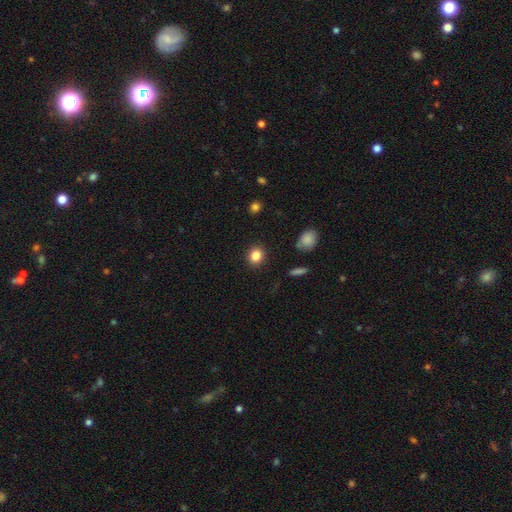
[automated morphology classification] This appears to be a smooth galaxy with no disk features (84%) that is round (74%). Merging: none (90%).